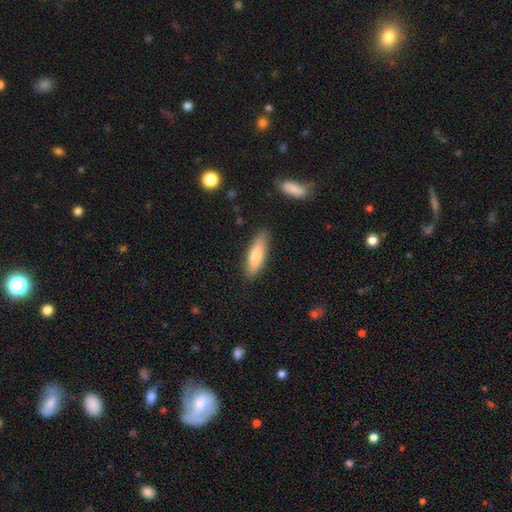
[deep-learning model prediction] The model was most divided on "how rounded": cigar-shaped: 58%, in between: 40%, round: 2%. More confident: merging — none (85%); smooth or featured — smooth (74%).